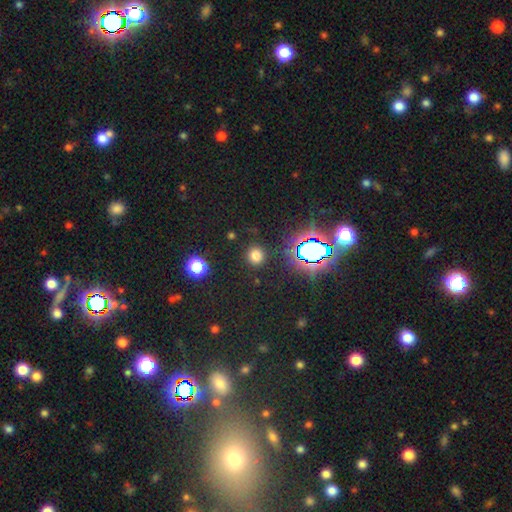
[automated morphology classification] smooth_or_featured: smooth (p=0.72) [alt: star or artifact p=0.23]
how_rounded: round (p=0.85) [alt: in between p=0.14]
merging: none (p=0.87) [alt: minor disturbance p=0.07]